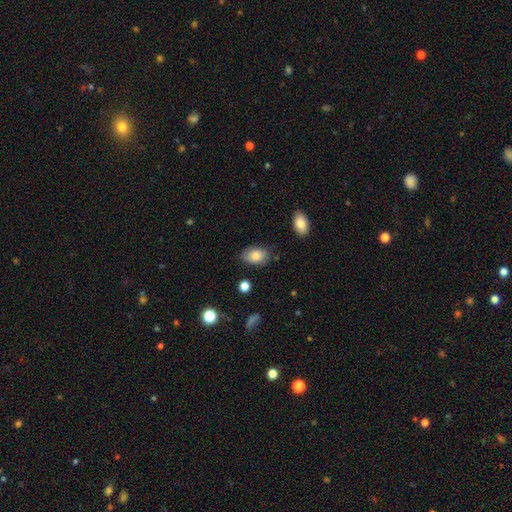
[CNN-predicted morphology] Overall: smooth (84%). How rounded: in between (89%). Merging: none (76%).